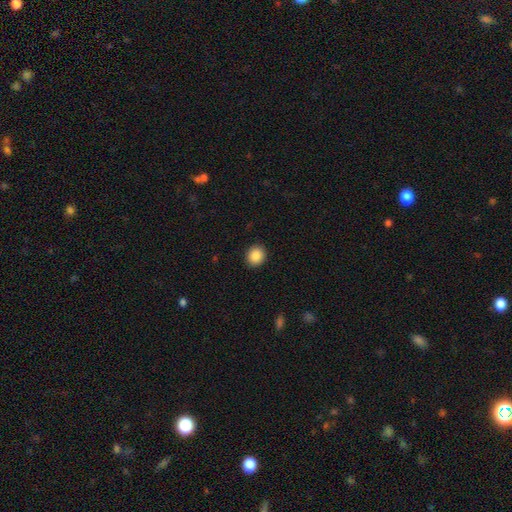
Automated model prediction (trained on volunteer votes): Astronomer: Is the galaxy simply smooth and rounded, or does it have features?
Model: smooth — 88%.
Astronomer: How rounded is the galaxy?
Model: round — 75%.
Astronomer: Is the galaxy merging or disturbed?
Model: none — 91%.